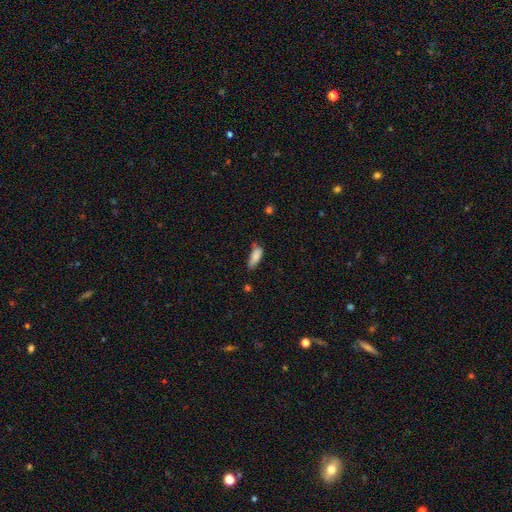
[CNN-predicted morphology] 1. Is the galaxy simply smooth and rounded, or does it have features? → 84% smooth, 8% featured or disk, 8% star or artifact.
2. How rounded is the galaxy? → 69% in between, 29% cigar-shaped, 2% round.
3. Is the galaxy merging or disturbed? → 50% none, 36% minor disturbance, 9% major disturbance, 5% merger.